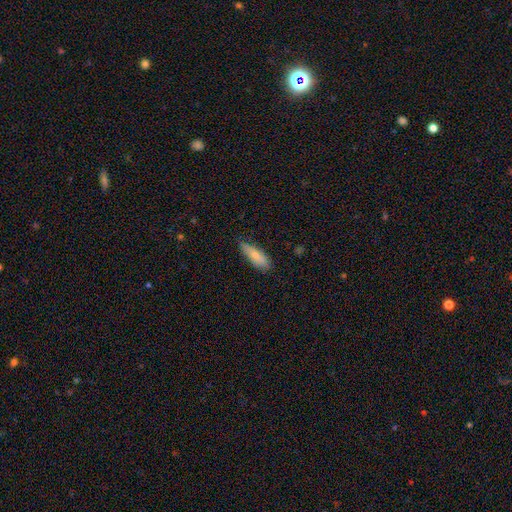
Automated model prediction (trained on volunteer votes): Morphology: type=smooth (78%); roundness=in between (51%); merging=none (74%).